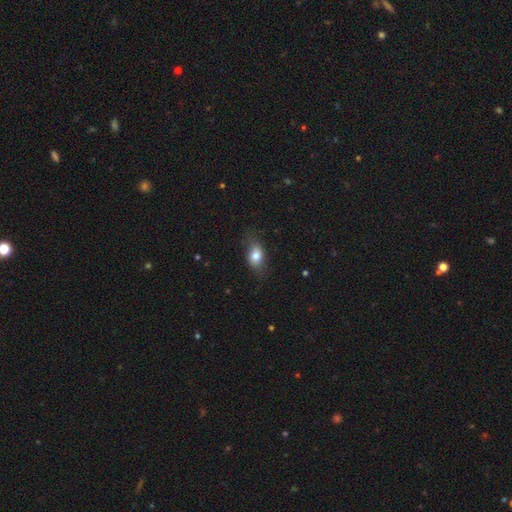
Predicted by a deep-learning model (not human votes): Overall: smooth (78%). How rounded: in between (79%). Merging: none (69%).